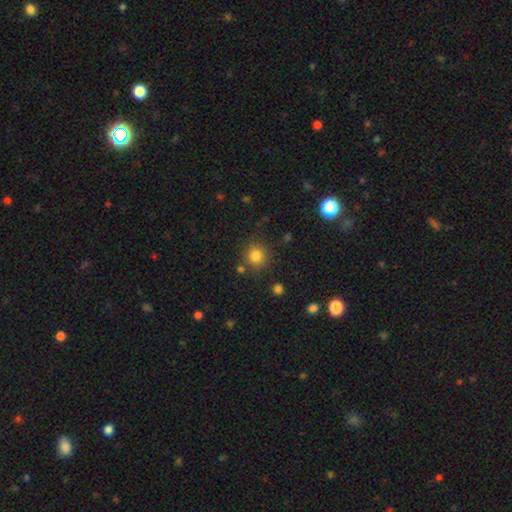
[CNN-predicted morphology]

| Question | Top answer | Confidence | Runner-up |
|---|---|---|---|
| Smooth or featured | smooth | 81% | star or artifact (13%) |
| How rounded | round | 92% | in between (8%) |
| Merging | none | 83% | minor disturbance (9%) |